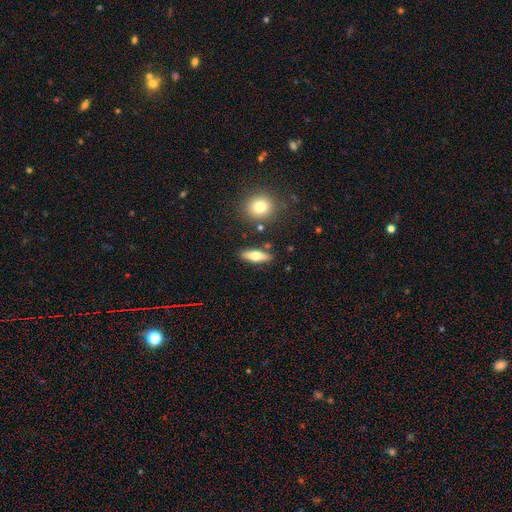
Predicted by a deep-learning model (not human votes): This is likely a smooth galaxy (63%). How rounded: possibly in between (55%). Merging: clearly none (84%).